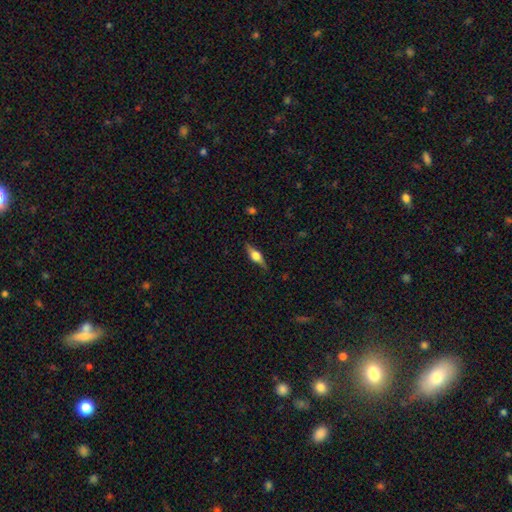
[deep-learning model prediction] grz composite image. It shows a featured or disk galaxy (66%) viewed edge-on (96%) with a rounded central bulge (92%). Merging: none (84%).